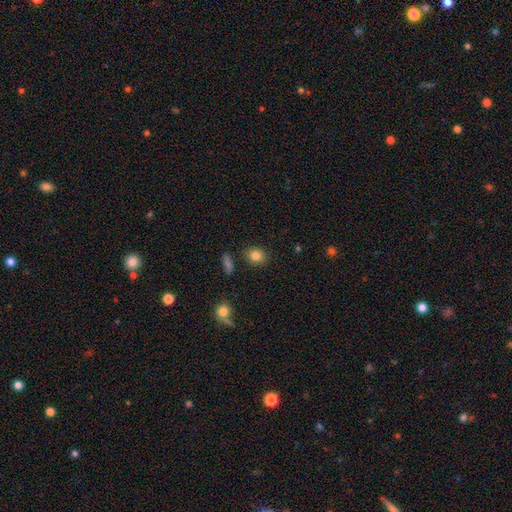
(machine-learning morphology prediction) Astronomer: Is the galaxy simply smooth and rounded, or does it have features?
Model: smooth — 84%.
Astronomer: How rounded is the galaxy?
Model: round — 60% (runner-up: in between, 39%).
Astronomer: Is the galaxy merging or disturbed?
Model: none — 86%.